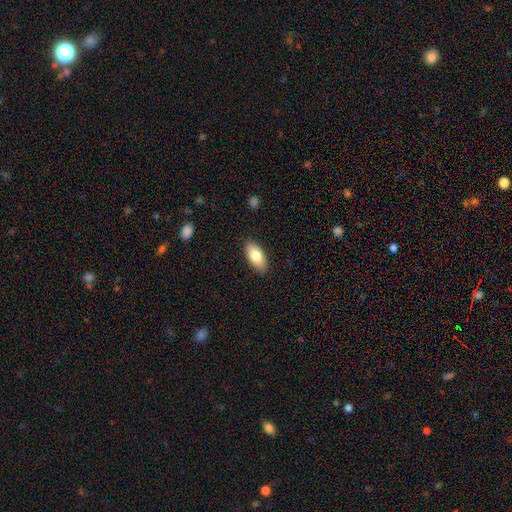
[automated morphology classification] Smooth or featured?
  - smooth: 80% *
  - featured or disk: 14%
  - star or artifact: 6%
How rounded?
  - in between: 90% *
  - cigar-shaped: 7%
  - round: 3%
Merging?
  - none: 87% *
  - minor disturbance: 10%
  - major disturbance: 2%
  - merger: 1%